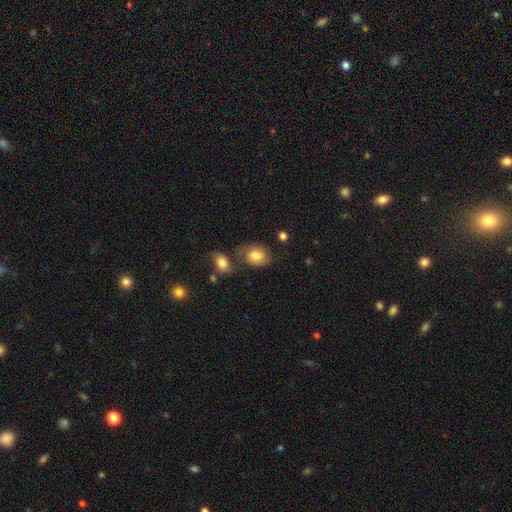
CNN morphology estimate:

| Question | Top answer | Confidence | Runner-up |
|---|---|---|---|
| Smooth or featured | smooth | 71% | featured or disk (21%) |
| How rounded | in between | 64% | round (35%) |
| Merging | none | 51% | merger (21%) |